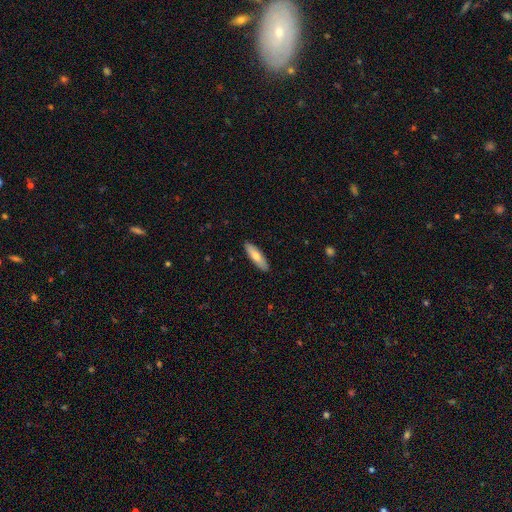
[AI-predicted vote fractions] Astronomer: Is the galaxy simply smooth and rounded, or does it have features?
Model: smooth — 70%.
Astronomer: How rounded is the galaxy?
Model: cigar-shaped — 60% (runner-up: in between, 38%).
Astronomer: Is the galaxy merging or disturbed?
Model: none — 90%.